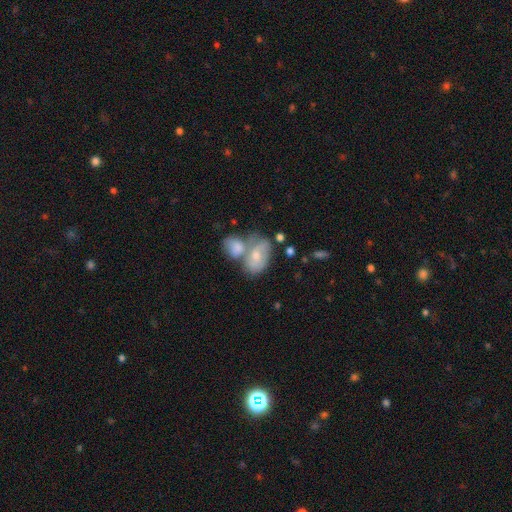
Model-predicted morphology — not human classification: Q: Smooth or featured?
A: smooth (57%); runner-up: featured or disk (36%)
Q: How rounded?
A: in between (85%); runner-up: round (13%)
Q: Merging?
A: merger (56%); runner-up: none (27%)